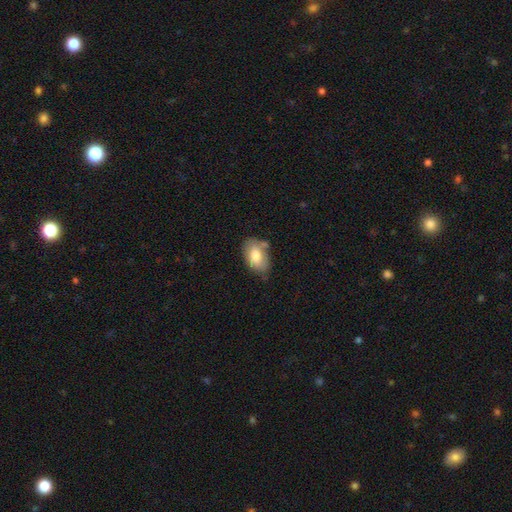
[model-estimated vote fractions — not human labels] smooth_or_featured: smooth (p=0.76) [alt: featured or disk p=0.18]
how_rounded: in between (p=0.91) [alt: round p=0.08]
merging: none (p=0.57) [alt: minor disturbance p=0.27]